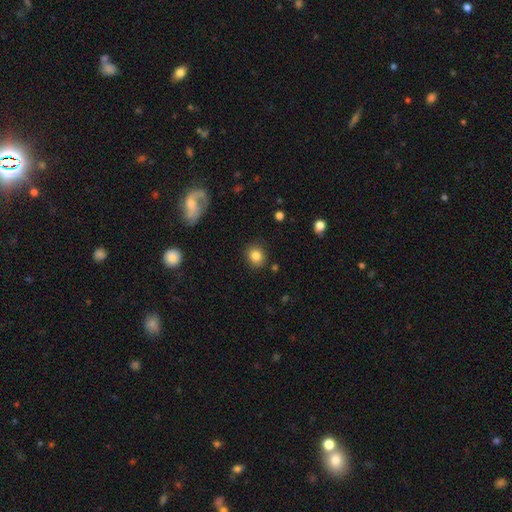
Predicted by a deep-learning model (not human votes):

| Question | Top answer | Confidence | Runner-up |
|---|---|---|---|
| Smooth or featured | smooth | 84% | star or artifact (10%) |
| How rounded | round | 71% | in between (28%) |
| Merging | none | 86% | minor disturbance (10%) |